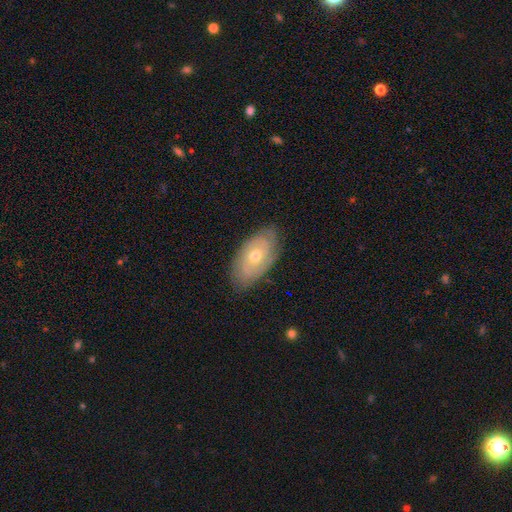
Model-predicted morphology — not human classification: This is likely a featured or disk galaxy (69%). It is clearly not viewed edge-on (91%). Bar: likely no (80%). Spiral arm pattern: clearly yes (82%). Spiral arm count: marginally can't tell (45%). Spiral winding: likely tight (69%). Central bulge: likely moderate (63%). Merging: clearly none (80%).